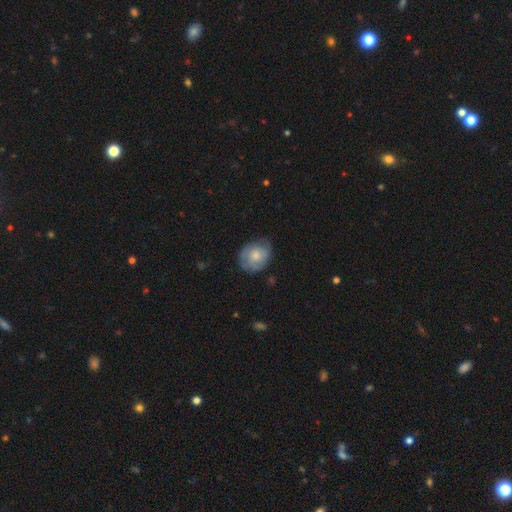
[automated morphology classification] A smooth galaxy with no disk features (58%) that is round (60%). Merging: none (67%).